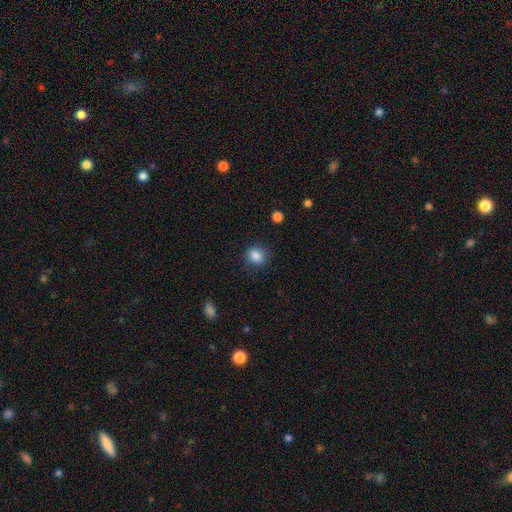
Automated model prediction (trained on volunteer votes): A smooth galaxy with no disk features (86%) that is round (71%). Merging: none (83%).